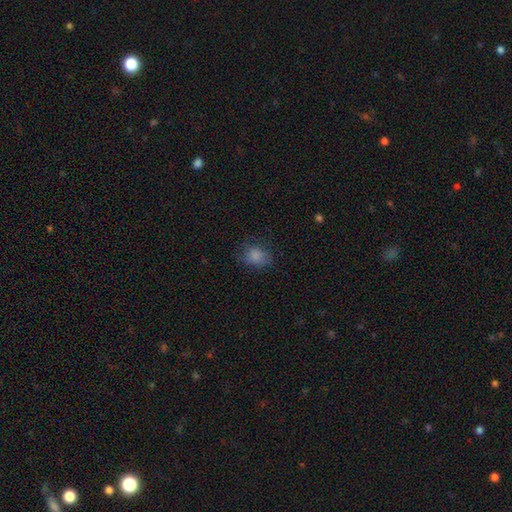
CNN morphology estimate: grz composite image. It shows a smooth galaxy with no disk features (80%) that is in between round and cigar-shaped (50%). Merging: none (66%).